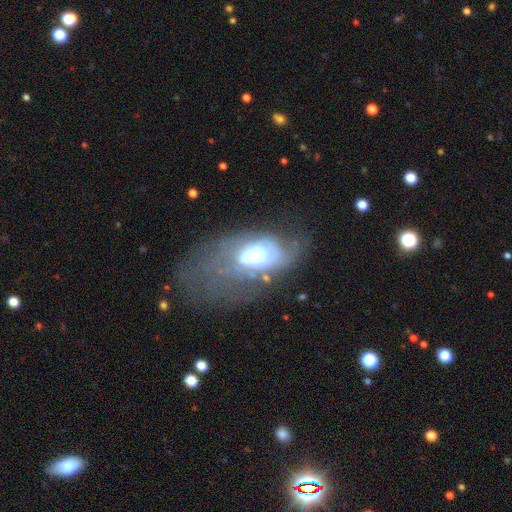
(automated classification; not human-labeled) Smooth or featured? featured or disk (52%)
Edge-on disk? no (93%)
Merging? major disturbance (46%)